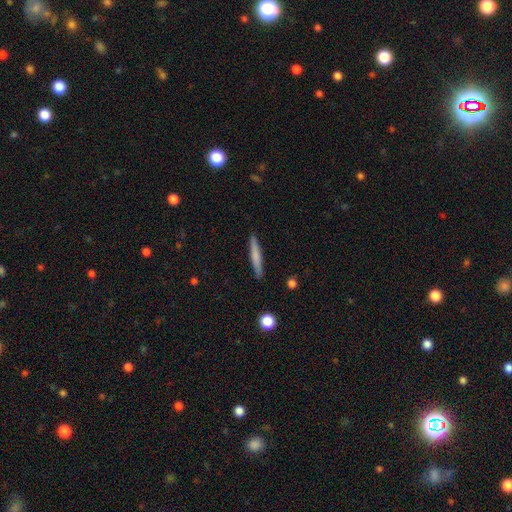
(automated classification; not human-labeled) Morphology: type=smooth (66%); roundness=cigar-shaped (94%); merging=none (90%).